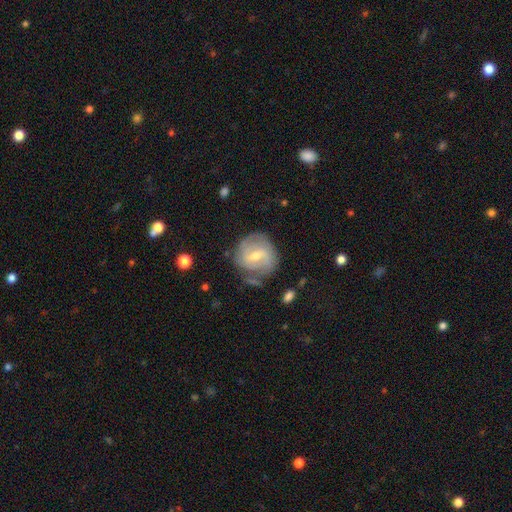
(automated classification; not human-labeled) A featured or disk galaxy (73%) with a weak bar (57%), 2 (55%) tight (48%) spiral arms (86%) and a moderate central bulge (53%). Merging: none (68%).